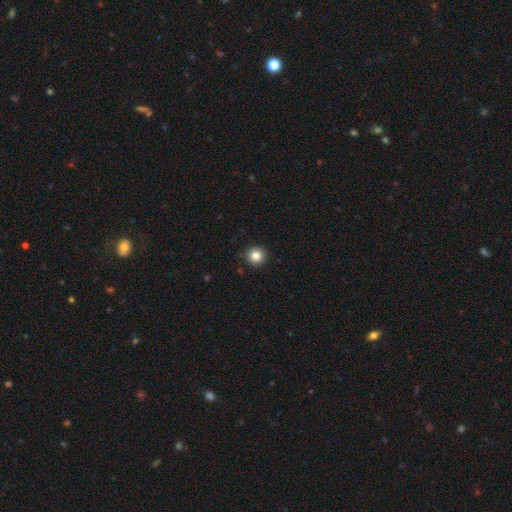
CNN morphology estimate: Q: Smooth or featured?
A: smooth (84%); runner-up: star or artifact (11%)
Q: How rounded?
A: round (95%); runner-up: in between (4%)
Q: Merging?
A: none (92%); runner-up: minor disturbance (5%)